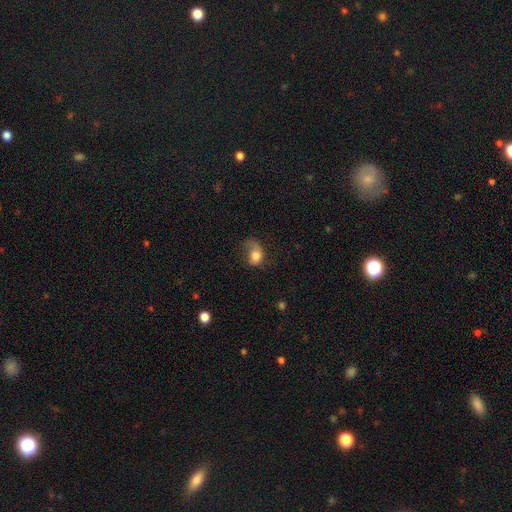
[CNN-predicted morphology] Smooth or featured? smooth (69%)
How rounded? in between (64%)
Merging? major disturbance (42%)